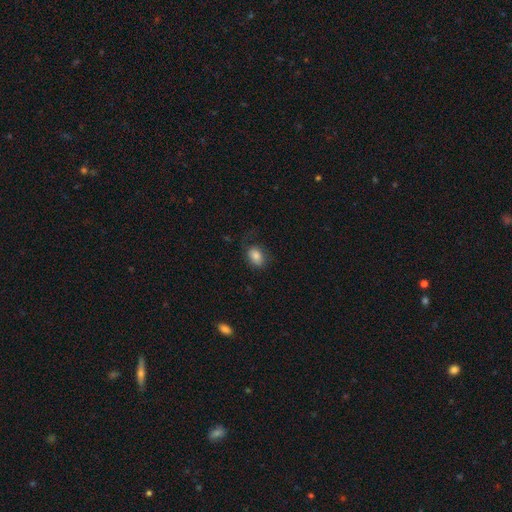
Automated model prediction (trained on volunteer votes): Overall: smooth (82%). How rounded: in between (76%). Merging: none (62%).